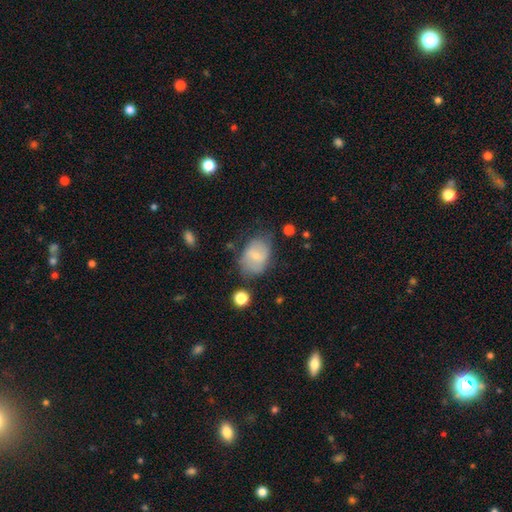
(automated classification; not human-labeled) Smooth or featured: smooth — 56% (featured or disk — 36%)
How rounded: in between — 75% (round — 24%)
Merging: none — 60% (minor disturbance — 27%)